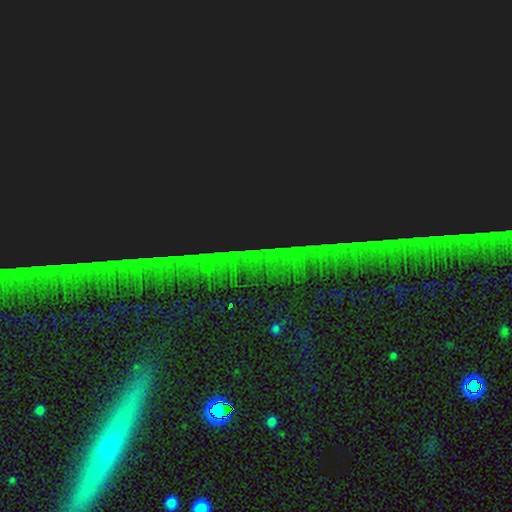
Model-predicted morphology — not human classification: The model was most divided on "smooth or featured": star or artifact: 84%, featured or disk: 9%, smooth: 7%.